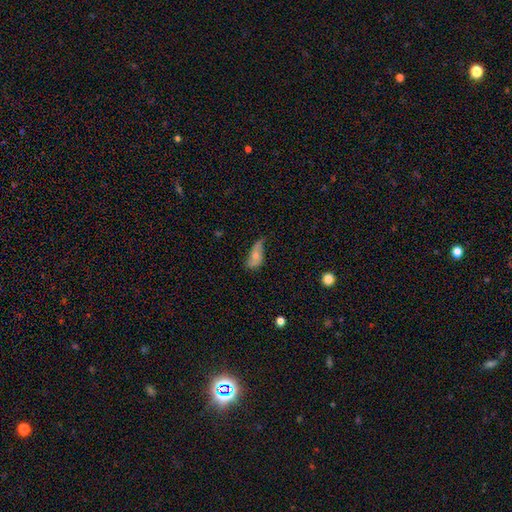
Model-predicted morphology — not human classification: smooth 58%, featured or disk 35%, star or artifact 8%. Down the decision tree: how rounded — in between (83%); merging — minor disturbance (43%).